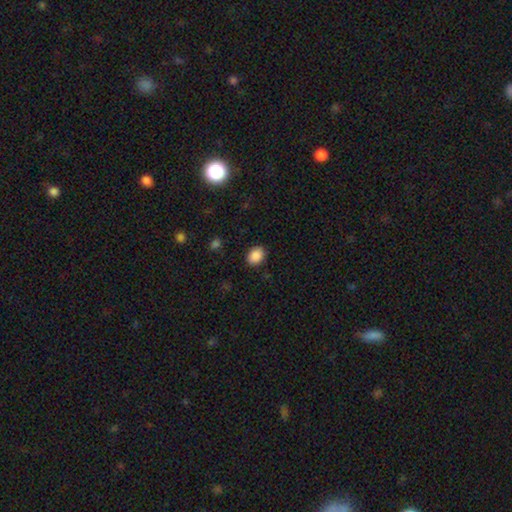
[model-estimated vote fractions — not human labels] A smooth galaxy with no disk features (88%) that is in between round and cigar-shaped (63%).

Vote fractions:
- Smooth or featured? smooth: 88% / star or artifact: 9% / featured or disk: 3%
- How rounded? in between: 63% / round: 36% / cigar-shaped: 1%
- Merging? none: 87% / minor disturbance: 9% / major disturbance: 2% / merger: 1%